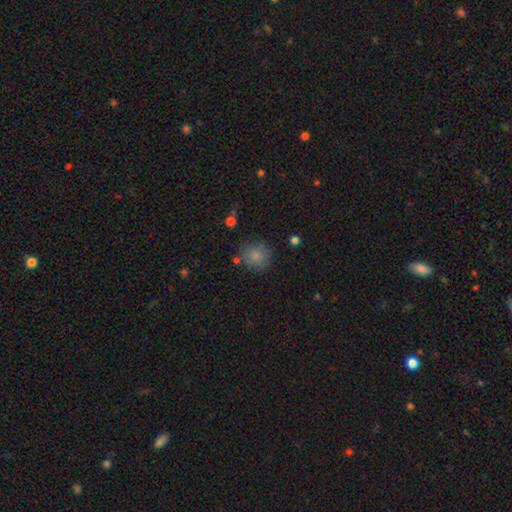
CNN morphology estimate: Smooth or featured? smooth (82%)
How rounded? round (87%)
Merging? none (76%)